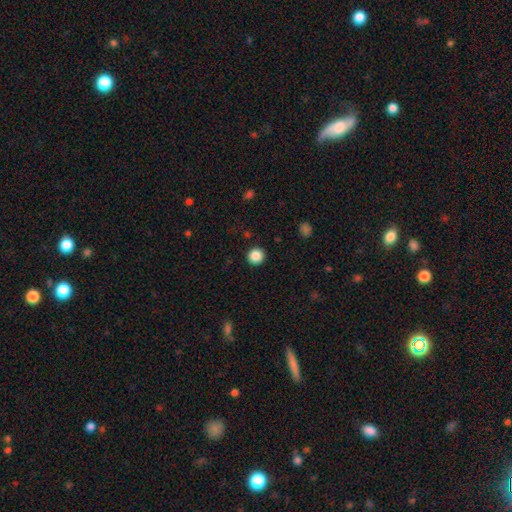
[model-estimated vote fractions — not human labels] This is clearly a smooth galaxy (87%). How rounded: clearly round (95%). Merging: clearly none (92%).